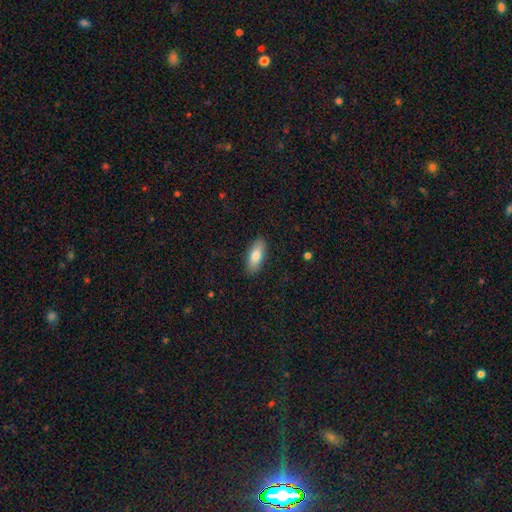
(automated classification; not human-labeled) This appears to be a smooth galaxy with no disk features (80%) that is in between round and cigar-shaped (77%). Merging: none (89%).